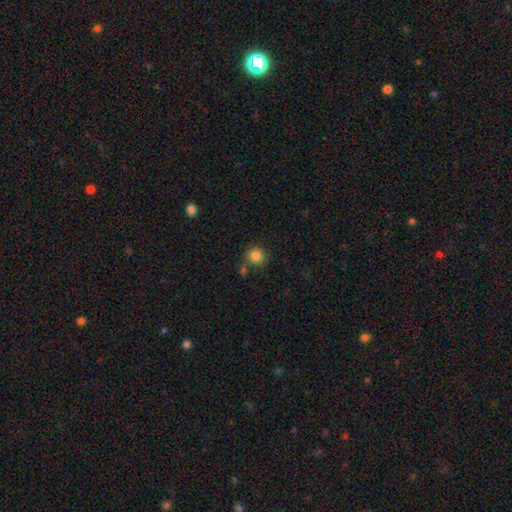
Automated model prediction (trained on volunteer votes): Q: Smooth or featured?
A: smooth (86%); runner-up: star or artifact (9%)
Q: How rounded?
A: round (87%); runner-up: in between (12%)
Q: Merging?
A: none (71%); runner-up: minor disturbance (14%)